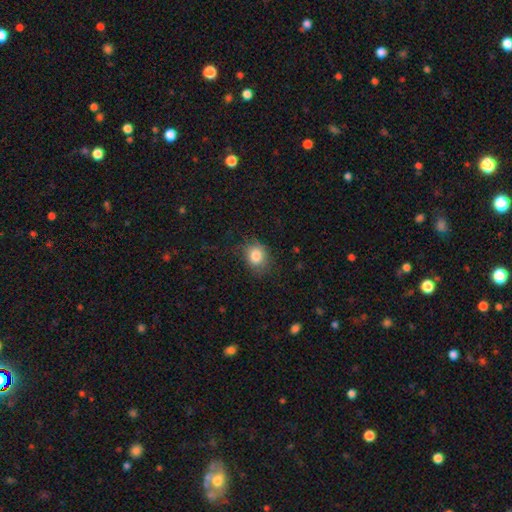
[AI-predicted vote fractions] Overall: smooth (83%). How rounded: round (59%; in between 41%). Merging: none (72%).